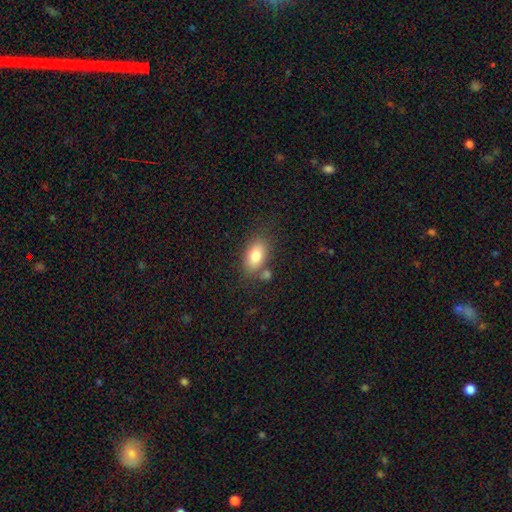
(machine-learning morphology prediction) This is likely a smooth galaxy (79%). How rounded: clearly in between (89%). Merging: likely none (70%).